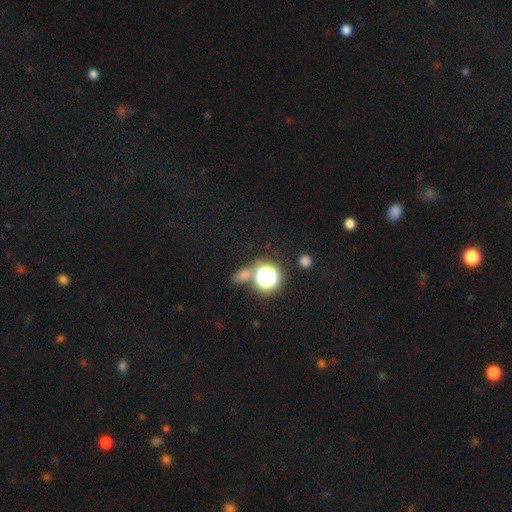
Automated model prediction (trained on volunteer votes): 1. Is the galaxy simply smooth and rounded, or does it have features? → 67% star or artifact, 25% smooth, 8% featured or disk.